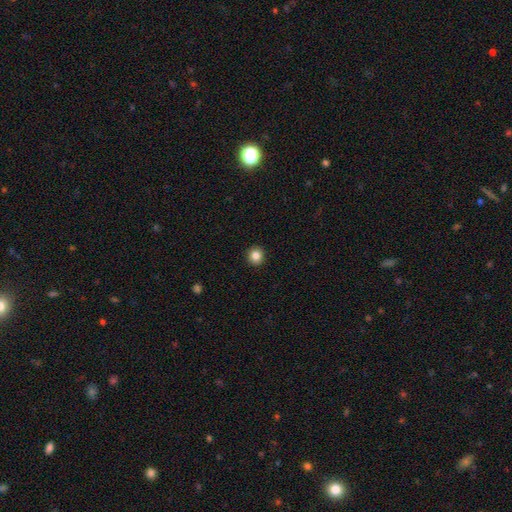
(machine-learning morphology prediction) smooth-or-featured: smooth: 84% | star or artifact: 11% | featured or disk: 5%
  how-rounded: round: 94% | in between: 5% | cigar-shaped: 1%
  merging: none: 94% | minor disturbance: 4% | major disturbance: 1% | merger: 1%